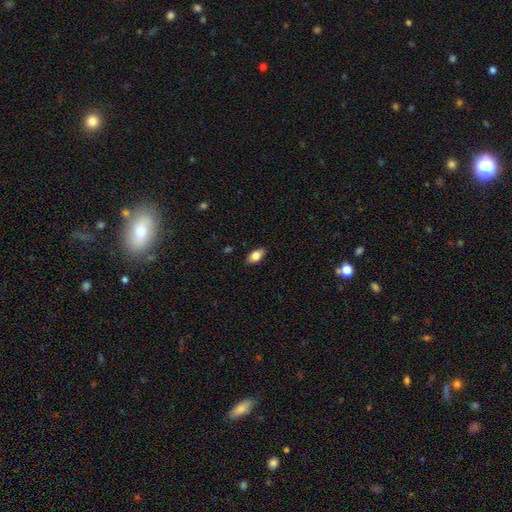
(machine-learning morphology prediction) The model was most divided on "smooth or featured": smooth: 78%, featured or disk: 15%, star or artifact: 7%. More confident: how rounded — in between (89%); merging — none (87%).